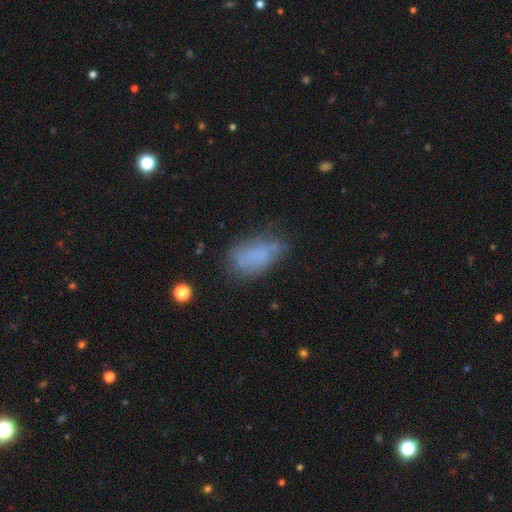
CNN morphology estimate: The model was most divided on "merging": none: 53%, minor disturbance: 30%, major disturbance: 13%, merger: 4%. More confident: how rounded — in between (90%); smooth or featured — smooth (69%).